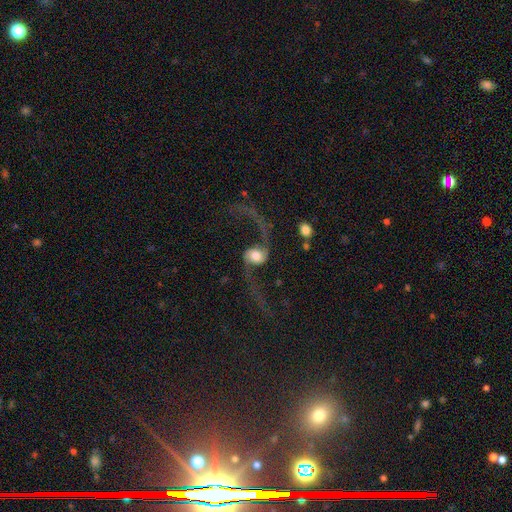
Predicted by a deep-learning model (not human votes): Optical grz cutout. It shows a featured or disk galaxy (85%) with no bar (60%), 2 (94%) loose (94%) spiral arms (96%) and a large central bulge (40%). Merging: none (56%).